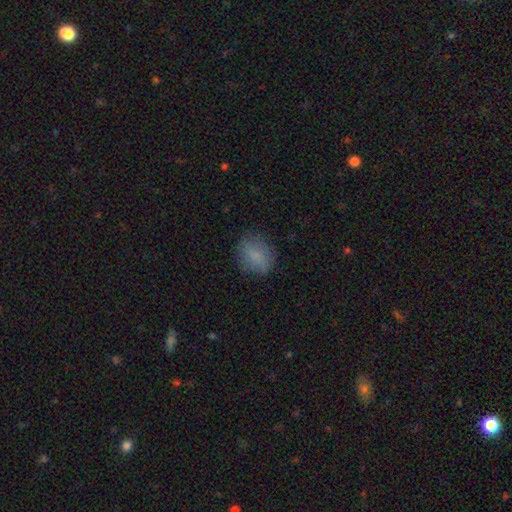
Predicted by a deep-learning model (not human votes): Smooth or featured? Predicted: smooth (p=0.80). How rounded? Predicted: round (p=0.54). Merging? Predicted: none (p=0.78).